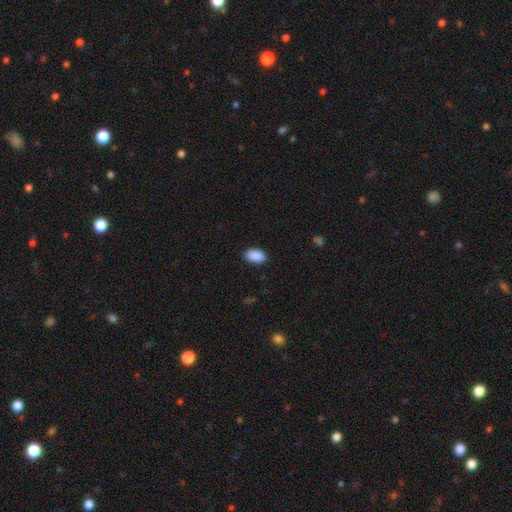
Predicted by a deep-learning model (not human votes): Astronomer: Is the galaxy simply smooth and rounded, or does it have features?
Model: smooth — 91%.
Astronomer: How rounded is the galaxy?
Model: in between — 93%.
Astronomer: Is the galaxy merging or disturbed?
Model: none — 87%.